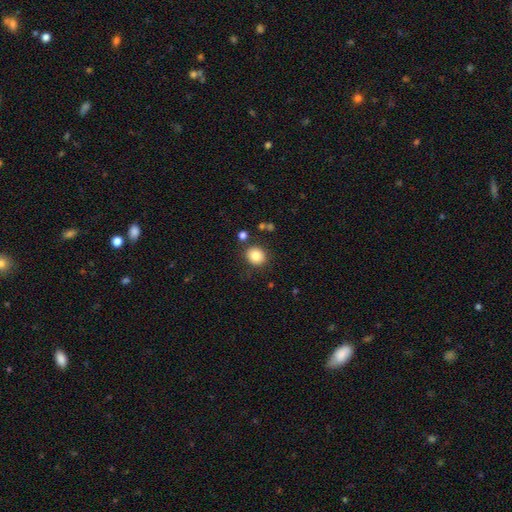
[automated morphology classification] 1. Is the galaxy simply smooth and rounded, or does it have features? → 84% smooth, 10% star or artifact, 6% featured or disk.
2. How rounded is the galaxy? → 77% round, 22% in between, 1% cigar-shaped.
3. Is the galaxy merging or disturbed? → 84% none, 9% minor disturbance, 4% merger, 3% major disturbance.